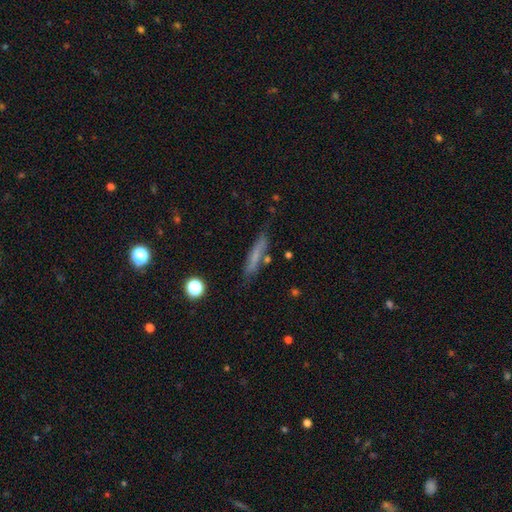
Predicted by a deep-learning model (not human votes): Smooth or featured? smooth (63%)
How rounded? cigar-shaped (87%)
Merging? none (77%)